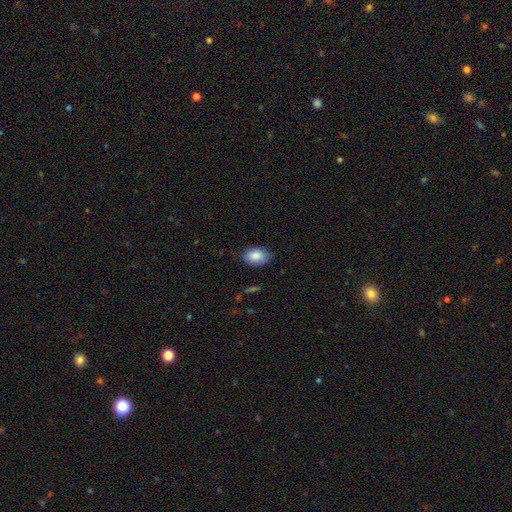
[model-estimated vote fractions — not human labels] Q: Smooth or featured?
A: smooth (86%); runner-up: star or artifact (7%)
Q: How rounded?
A: in between (85%); runner-up: round (13%)
Q: Merging?
A: none (79%); runner-up: minor disturbance (17%)